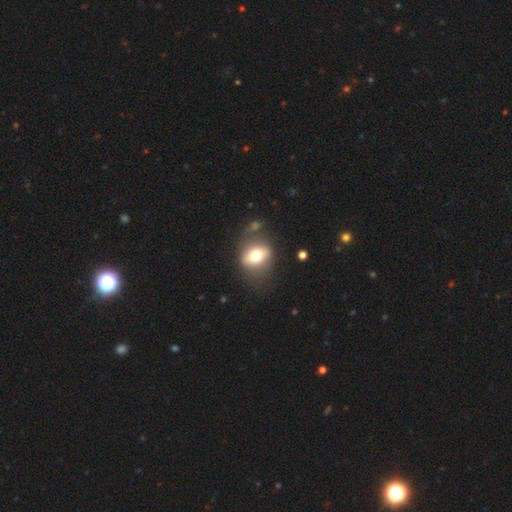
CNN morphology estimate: Smooth or featured?
  - smooth: 58% *
  - featured or disk: 34%
  - star or artifact: 8%
How rounded?
  - in between: 65% *
  - round: 32%
  - cigar-shaped: 3%
Merging?
  - none: 60% *
  - minor disturbance: 21%
  - major disturbance: 13%
  - merger: 6%